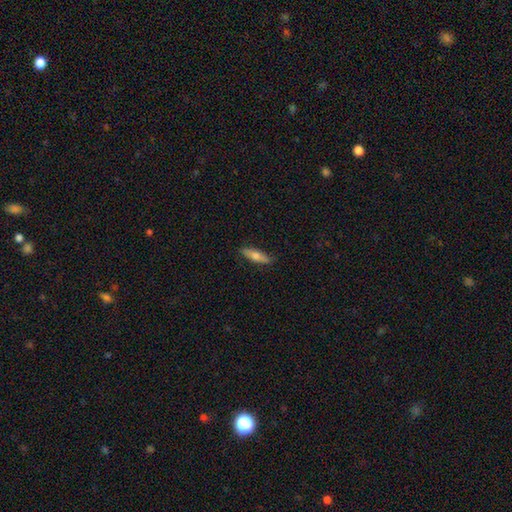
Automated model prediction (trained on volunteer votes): Morphology: type=smooth (60%); roundness=cigar-shaped (64%); merging=none (86%).